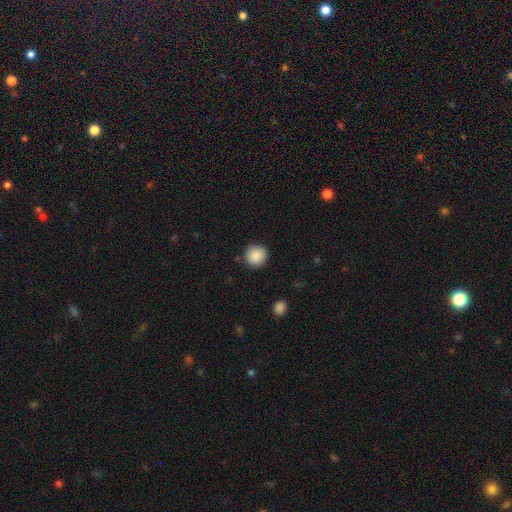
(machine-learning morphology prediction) The model was most divided on "merging": none: 87%, minor disturbance: 9%, major disturbance: 2%, merger: 2%. More confident: how rounded — round (93%); smooth or featured — smooth (89%).